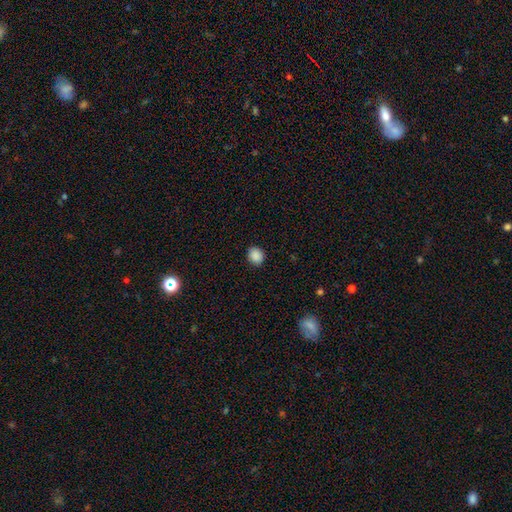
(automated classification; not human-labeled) Smooth or featured: smooth — 89% (star or artifact — 9%)
How rounded: round — 69% (in between — 30%)
Merging: none — 89% (minor disturbance — 8%)